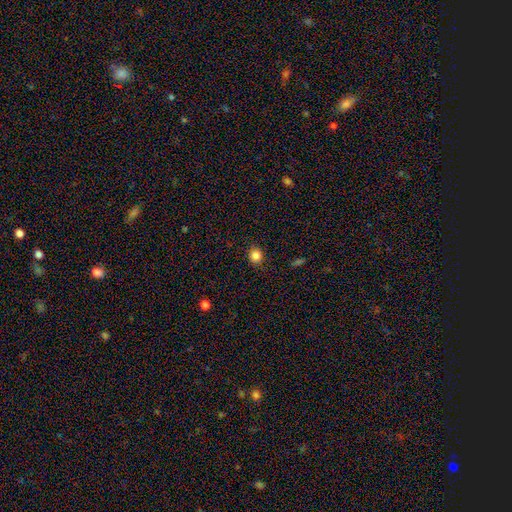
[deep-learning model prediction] The model was most divided on "how rounded": round: 84%, in between: 15%, cigar-shaped: 1%. More confident: merging — none (88%); smooth or featured — smooth (84%).